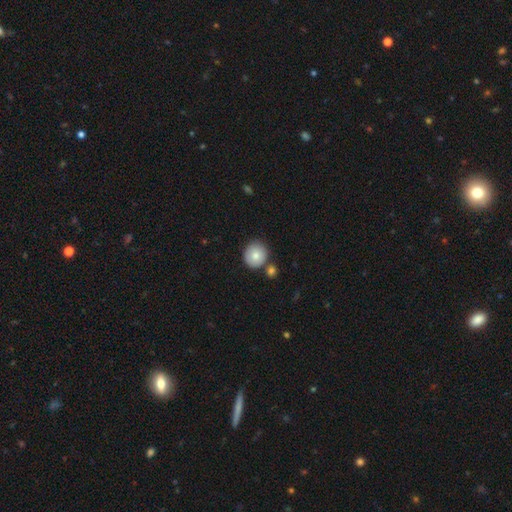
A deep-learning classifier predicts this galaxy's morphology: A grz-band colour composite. It shows a smooth galaxy with no disk features (81%) that is round (90%). Merging: none (74%).